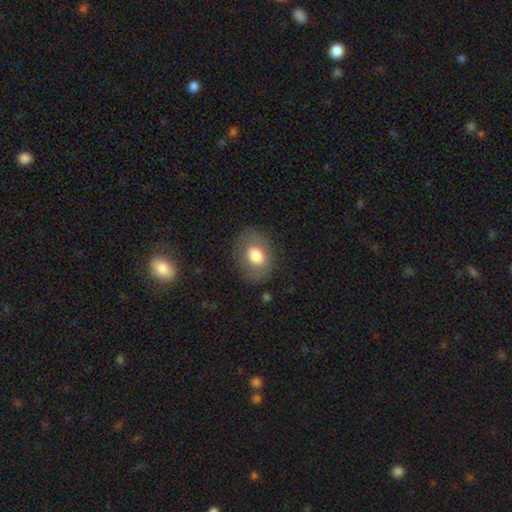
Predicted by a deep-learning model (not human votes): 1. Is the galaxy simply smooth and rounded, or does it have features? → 72% smooth, 20% featured or disk, 8% star or artifact.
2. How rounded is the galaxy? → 64% in between, 35% round, 1% cigar-shaped.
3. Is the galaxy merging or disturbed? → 78% none, 14% minor disturbance, 7% major disturbance, 1% merger.